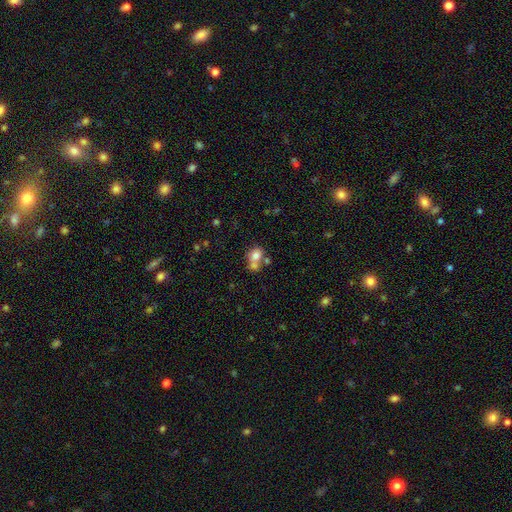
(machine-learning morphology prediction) This appears to be a smooth galaxy with no disk features (74%) that is round (59%). Merging: merger (49%).